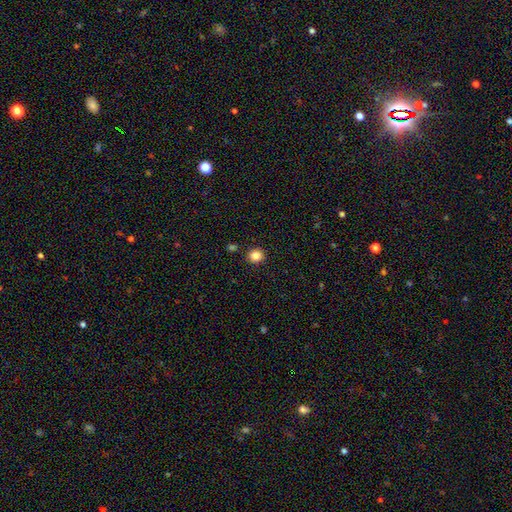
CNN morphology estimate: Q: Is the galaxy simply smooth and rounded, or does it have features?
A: smooth — 85%.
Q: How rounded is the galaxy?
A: round — 83%.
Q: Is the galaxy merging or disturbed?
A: none — 90%.